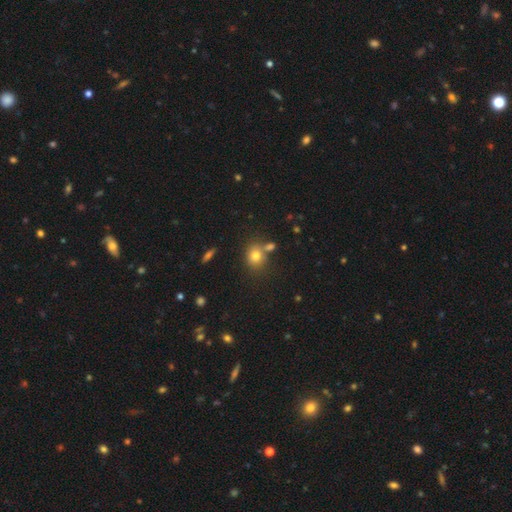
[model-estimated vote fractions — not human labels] smooth_or_featured: smooth (p=0.76) [alt: star or artifact p=0.13]
how_rounded: round (p=0.65) [alt: in between p=0.34]
merging: none (p=0.63) [alt: merger p=0.20]